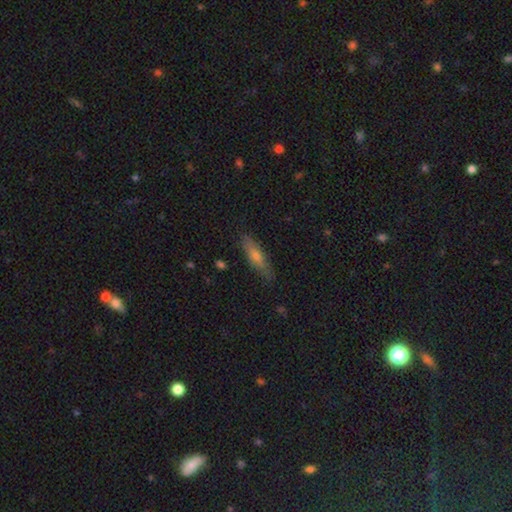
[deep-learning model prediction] A smooth galaxy with no disk features (59%) that is cigar-shaped (71%). Merging: none (83%).